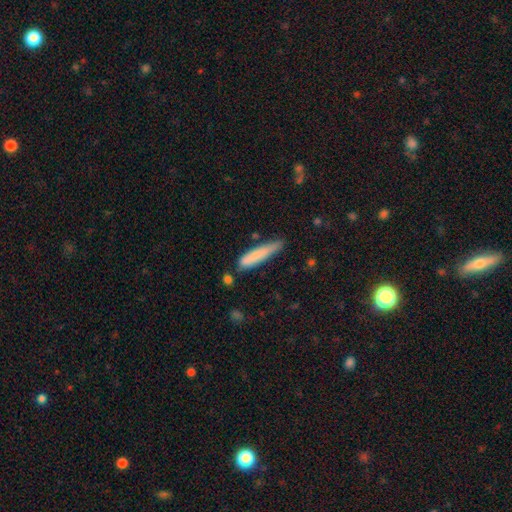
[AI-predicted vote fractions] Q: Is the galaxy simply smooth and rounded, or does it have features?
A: smooth — 78%.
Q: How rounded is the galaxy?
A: cigar-shaped — 88%.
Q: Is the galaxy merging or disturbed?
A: none — 63%.